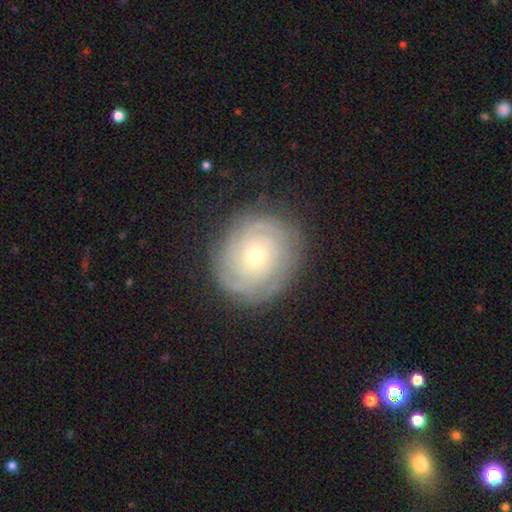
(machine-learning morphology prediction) type=featured or disk (79%); edge-on=no (97%); bar=no (82%); spiral arms=yes (94%); winding=tight (82%); arm count=can't tell (32%); bulge=small (61%); merging=none (84%).